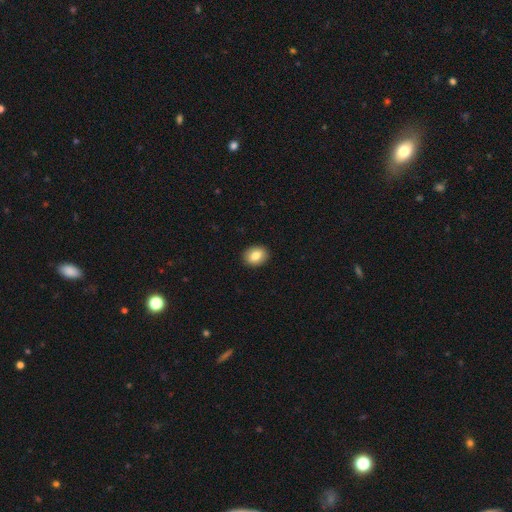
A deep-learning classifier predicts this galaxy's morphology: smooth-or-featured: smooth: 83% | featured or disk: 9% | star or artifact: 8%
  how-rounded: in between: 56% | round: 43% | cigar-shaped: 1%
  merging: none: 91% | minor disturbance: 6% | major disturbance: 2% | merger: 1%